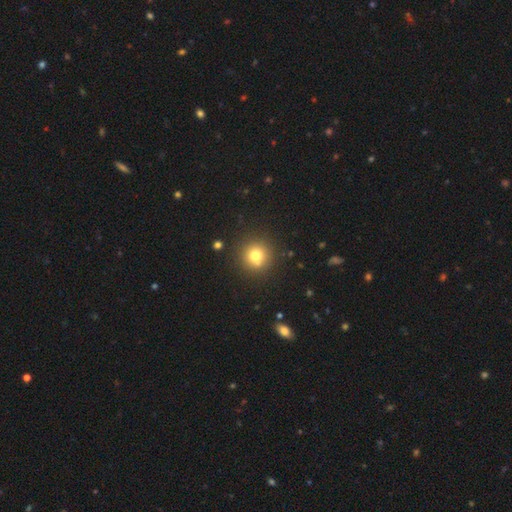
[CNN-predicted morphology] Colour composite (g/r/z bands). It shows a smooth galaxy with no disk features (75%) that is round (95%). Merging: none (84%).